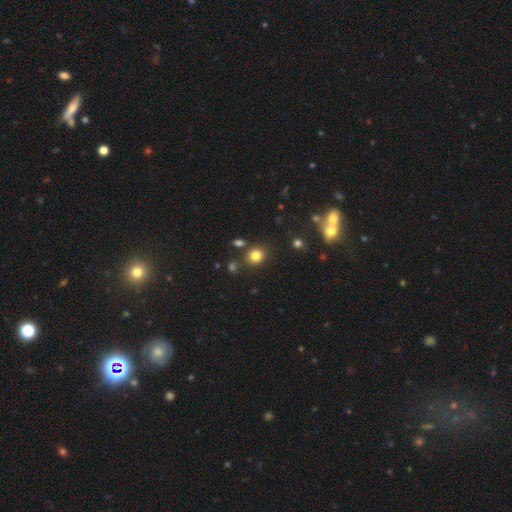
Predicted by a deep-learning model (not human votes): Smooth or featured: smooth — 82% (star or artifact — 13%)
How rounded: round — 81% (in between — 18%)
Merging: none — 82% (minor disturbance — 9%)